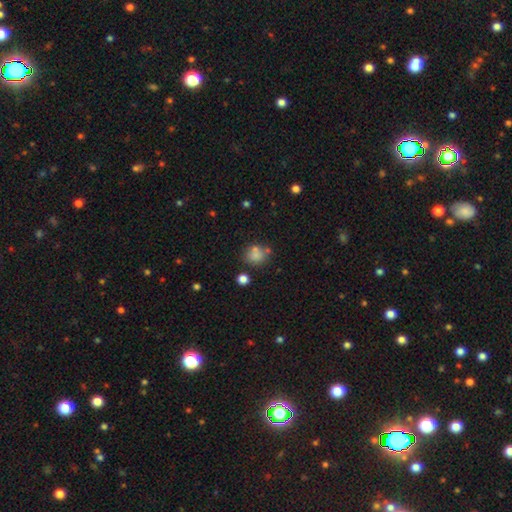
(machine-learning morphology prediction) A smooth galaxy with no disk features (75%) that is round (77%). Merging: none (64%).